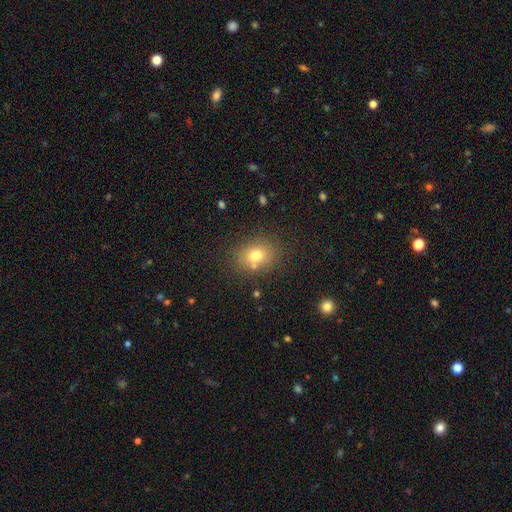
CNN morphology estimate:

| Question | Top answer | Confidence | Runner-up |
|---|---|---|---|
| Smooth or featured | smooth | 73% | star or artifact (14%) |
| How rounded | in between | 51% | round (48%) |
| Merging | none | 76% | minor disturbance (12%) |